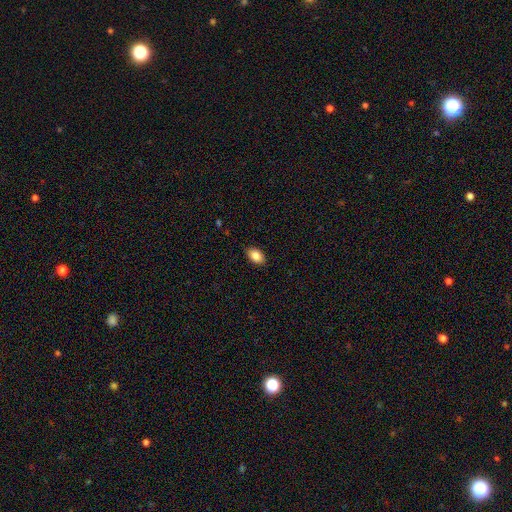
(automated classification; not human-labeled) Smooth or featured? smooth (86%)
How rounded? in between (92%)
Merging? none (88%)